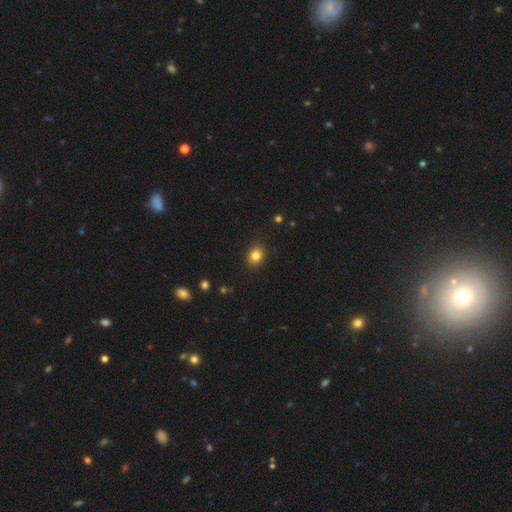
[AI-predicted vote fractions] smooth 83%, star or artifact 11%, featured or disk 6%. Down the decision tree: how rounded — round (60%); merging — none (85%).